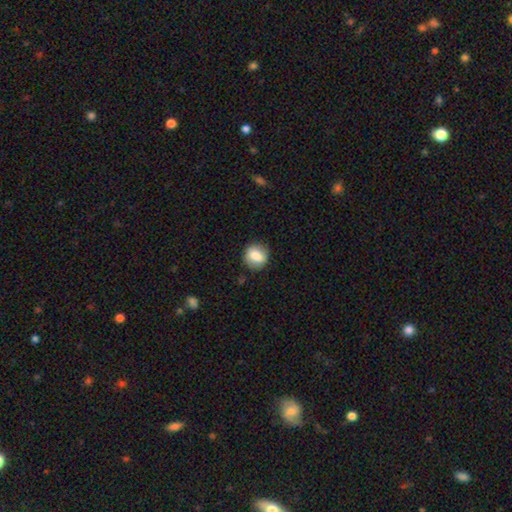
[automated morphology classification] This appears to be a smooth galaxy with no disk features (80%) that is round (76%). Merging: none (82%).